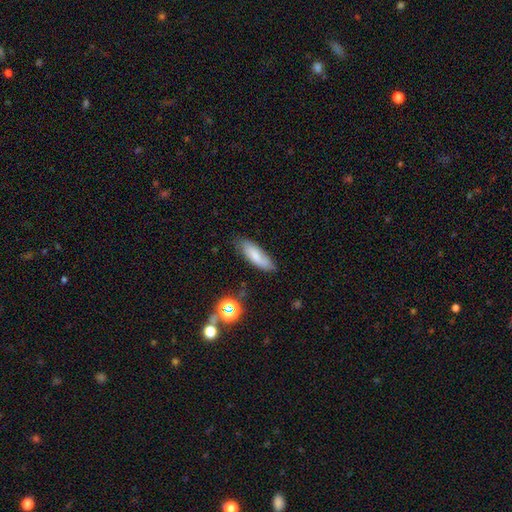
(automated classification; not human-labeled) Smooth or featured? Predicted: smooth (p=0.71). How rounded? Predicted: in between (p=0.60). Merging? Predicted: none (p=0.74).